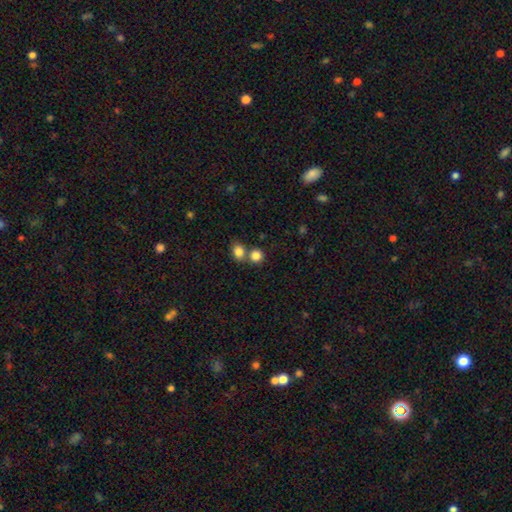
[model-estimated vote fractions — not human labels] A smooth galaxy with no disk features (84%) that is round (82%).

Vote fractions:
- Smooth or featured? smooth: 84% / star or artifact: 10% / featured or disk: 6%
- How rounded? round: 82% / in between: 17% / cigar-shaped: 1%
- Merging? none: 53% / merger: 37% / minor disturbance: 7% / major disturbance: 3%